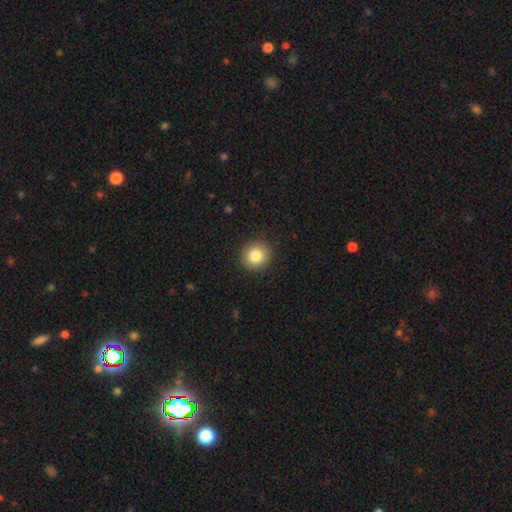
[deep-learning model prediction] Smooth or featured?
  - smooth: 84% *
  - star or artifact: 10%
  - featured or disk: 6%
How rounded?
  - round: 90% *
  - in between: 9%
  - cigar-shaped: 1%
Merging?
  - none: 91% *
  - minor disturbance: 6%
  - major disturbance: 2%
  - merger: 1%